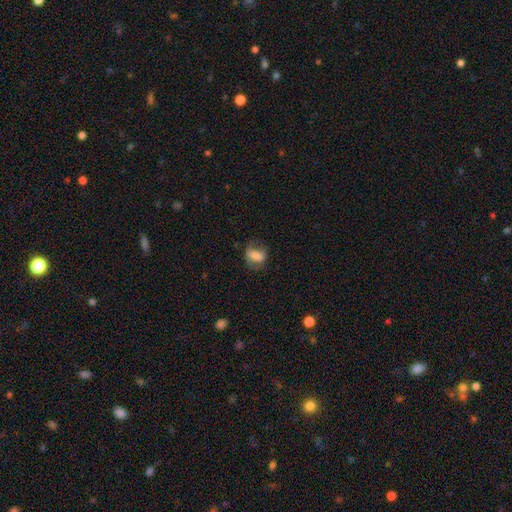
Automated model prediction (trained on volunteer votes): The model was most divided on "merging": none: 54%, minor disturbance: 26%, major disturbance: 18%, merger: 2%. More confident: how rounded — in between (77%); smooth or featured — smooth (69%).